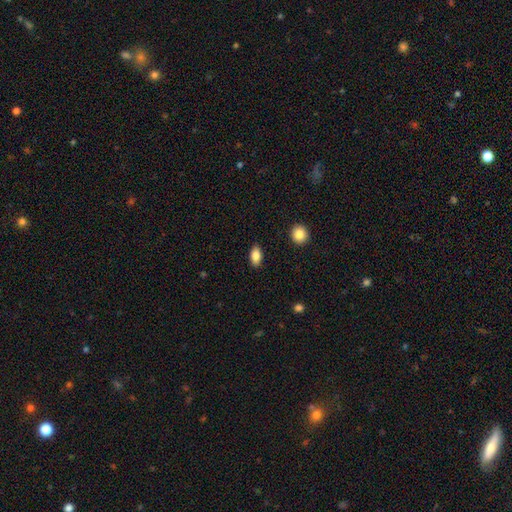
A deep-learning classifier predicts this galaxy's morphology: Smooth or featured?
  - smooth: 85% *
  - star or artifact: 8%
  - featured or disk: 7%
How rounded?
  - in between: 89% *
  - round: 6%
  - cigar-shaped: 5%
Merging?
  - none: 88% *
  - minor disturbance: 9%
  - major disturbance: 2%
  - merger: 1%